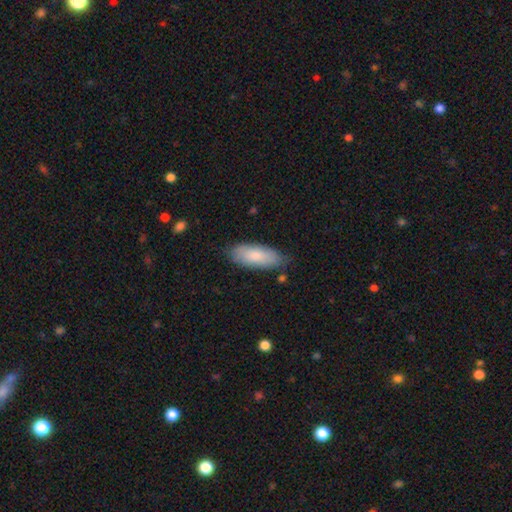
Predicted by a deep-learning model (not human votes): A smooth galaxy with no disk features (81%) that is in between round and cigar-shaped (81%). Merging: none (76%).